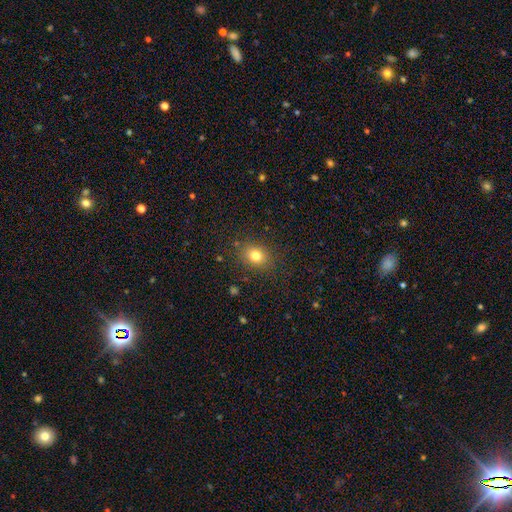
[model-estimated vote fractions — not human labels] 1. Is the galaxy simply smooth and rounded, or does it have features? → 80% smooth, 12% star or artifact, 8% featured or disk.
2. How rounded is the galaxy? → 55% round, 44% in between, 1% cigar-shaped.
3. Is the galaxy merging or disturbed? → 85% none, 10% minor disturbance, 4% major disturbance, 1% merger.